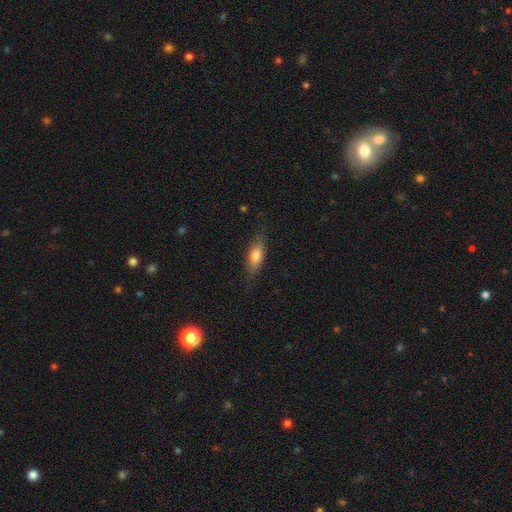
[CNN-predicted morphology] This is likely a smooth galaxy (71%). How rounded: likely in between (65%). Merging: likely none (77%).